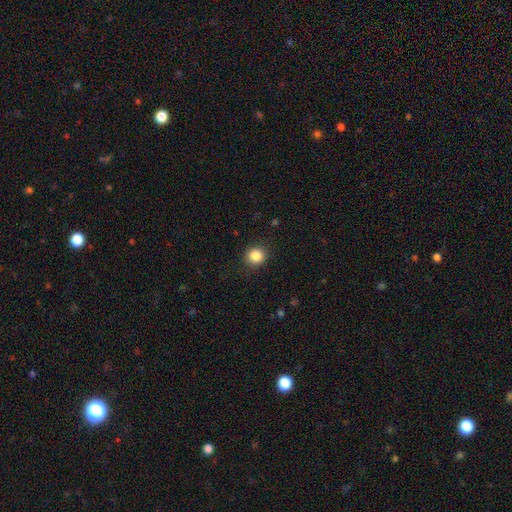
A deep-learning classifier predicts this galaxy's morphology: smooth_or_featured: smooth (p=0.86) [alt: star or artifact p=0.10]
how_rounded: round (p=0.90) [alt: in between p=0.09]
merging: none (p=0.90) [alt: minor disturbance p=0.07]